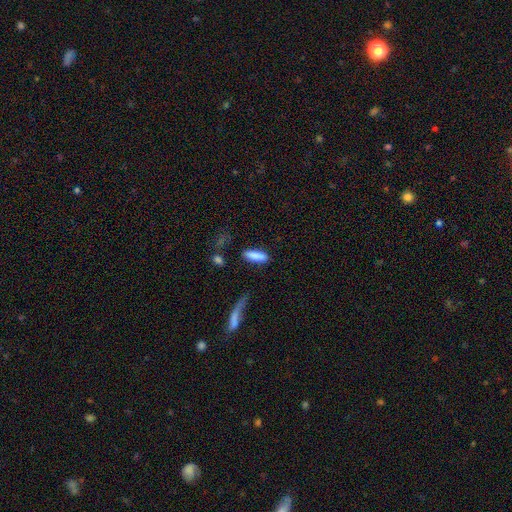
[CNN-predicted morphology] The model was most divided on "how rounded": cigar-shaped: 52%, in between: 46%, round: 2%. More confident: smooth or featured — smooth (87%); merging — none (80%).